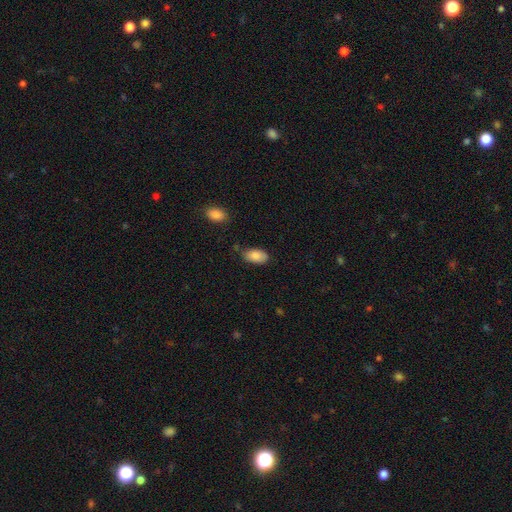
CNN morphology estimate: A smooth galaxy with no disk features (86%) that is in between round and cigar-shaped (94%).

Vote fractions:
- Smooth or featured? smooth: 86% / featured or disk: 7% / star or artifact: 7%
- How rounded? in between: 94% / round: 4% / cigar-shaped: 2%
- Merging? none: 73% / minor disturbance: 20% / major disturbance: 4% / merger: 3%